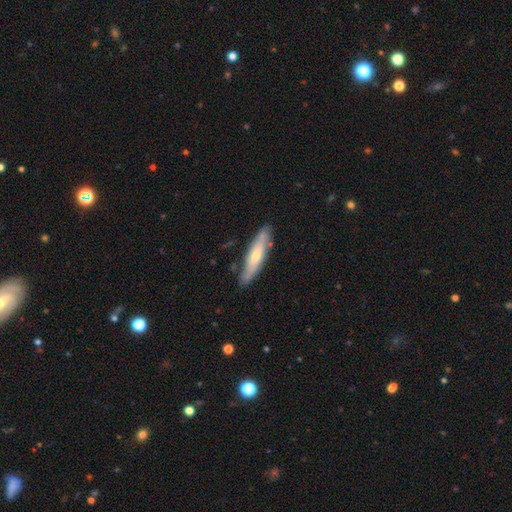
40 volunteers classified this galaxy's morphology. smooth 55%, featured or disk 35%, star or artifact 10%. Down the decision tree: how rounded — cigar-shaped (91%); merging — none (69%).